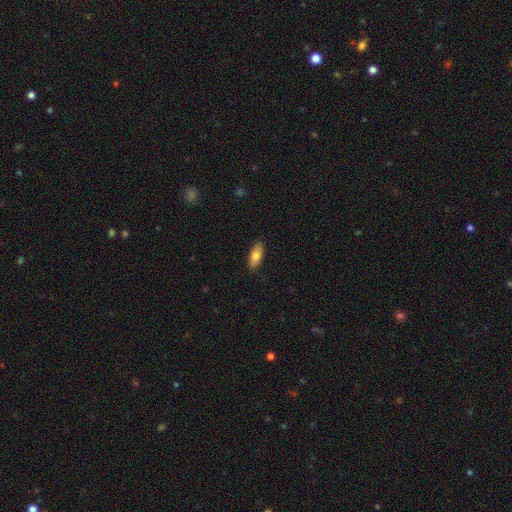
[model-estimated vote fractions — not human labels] A smooth galaxy with no disk features (76%) that is in between round and cigar-shaped (82%).

Vote fractions:
- Smooth or featured? smooth: 76% / featured or disk: 18% / star or artifact: 6%
- How rounded? in between: 82% / cigar-shaped: 16% / round: 2%
- Merging? none: 86% / minor disturbance: 11% / major disturbance: 2% / merger: 1%